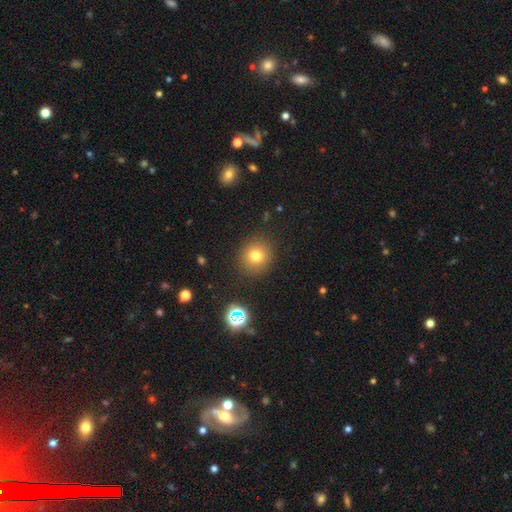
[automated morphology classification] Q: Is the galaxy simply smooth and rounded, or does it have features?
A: smooth — 75%.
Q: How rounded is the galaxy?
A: round — 89%.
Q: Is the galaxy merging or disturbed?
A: none — 88%.